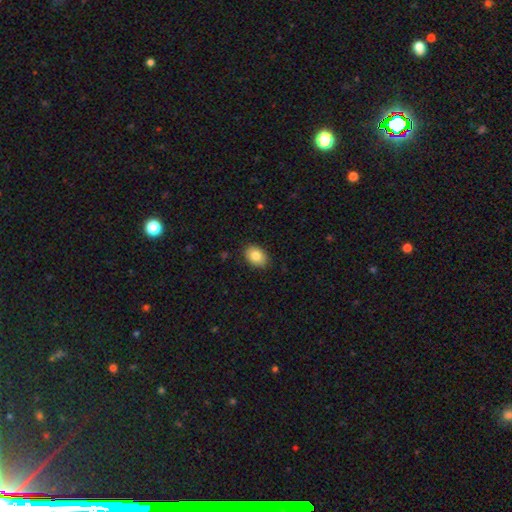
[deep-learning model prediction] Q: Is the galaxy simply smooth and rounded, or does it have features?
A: smooth — 84%.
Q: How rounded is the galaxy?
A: in between — 77%.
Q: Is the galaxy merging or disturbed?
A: none — 87%.